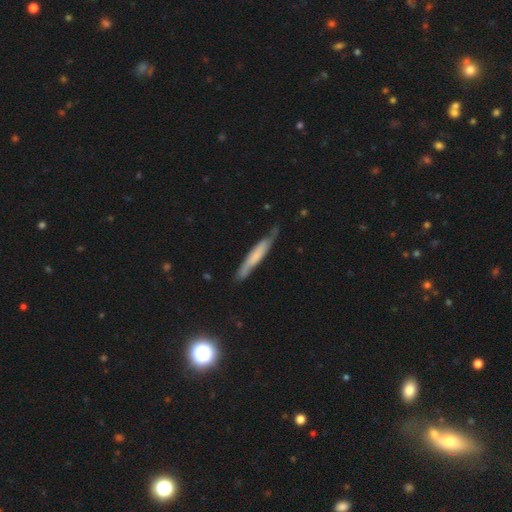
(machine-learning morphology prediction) smooth_or_featured: smooth (p=0.54) [alt: featured or disk p=0.40]
how_rounded: cigar-shaped (p=0.93) [alt: in between p=0.06]
merging: none (p=0.72) [alt: minor disturbance p=0.22]